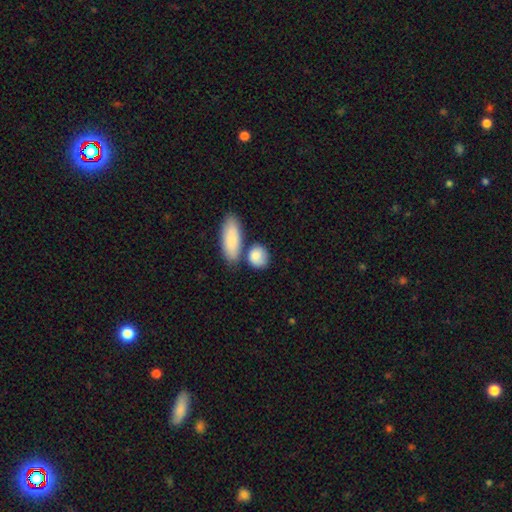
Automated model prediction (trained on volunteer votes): smooth_or_featured: smooth (p=0.85) [alt: featured or disk p=0.09]
how_rounded: in between (p=0.49) [alt: round p=0.45]
merging: none (p=0.61) [alt: merger p=0.21]